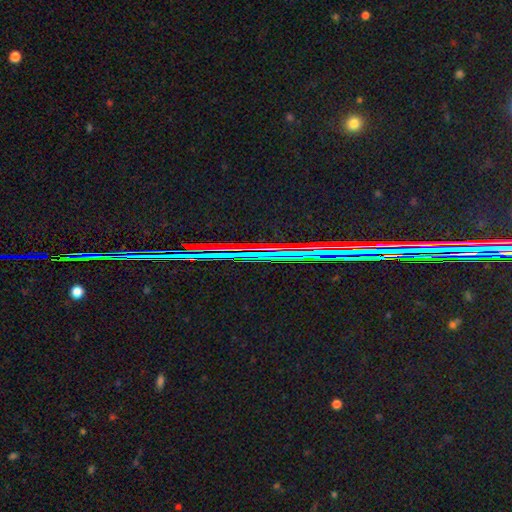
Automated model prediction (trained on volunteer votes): Smooth or featured: star or artifact — 85% (featured or disk — 8%)